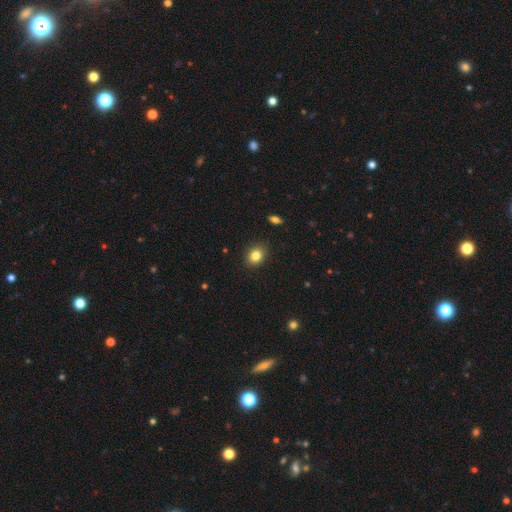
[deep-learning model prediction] Morphology: type=smooth (84%); roundness=round (53%); merging=none (89%).